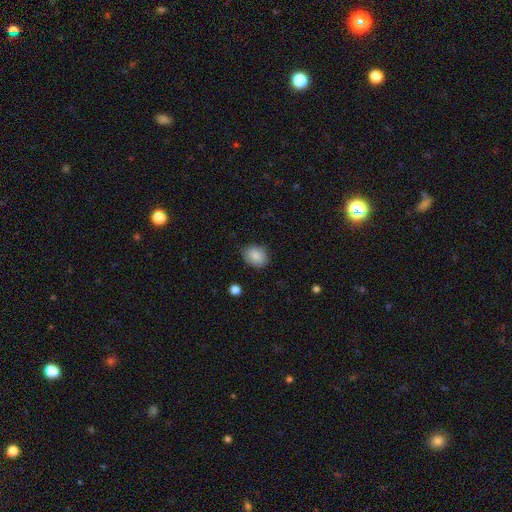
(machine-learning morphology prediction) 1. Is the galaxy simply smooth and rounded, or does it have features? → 86% smooth, 8% star or artifact, 6% featured or disk.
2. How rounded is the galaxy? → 52% in between, 47% round, 1% cigar-shaped.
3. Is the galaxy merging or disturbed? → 83% none, 13% minor disturbance, 3% major disturbance, 1% merger.